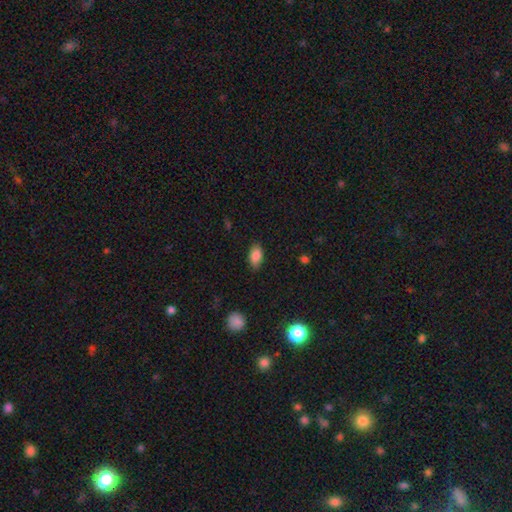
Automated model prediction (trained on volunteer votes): This is clearly a smooth galaxy (86%). How rounded: clearly in between (91%). Merging: clearly none (84%).